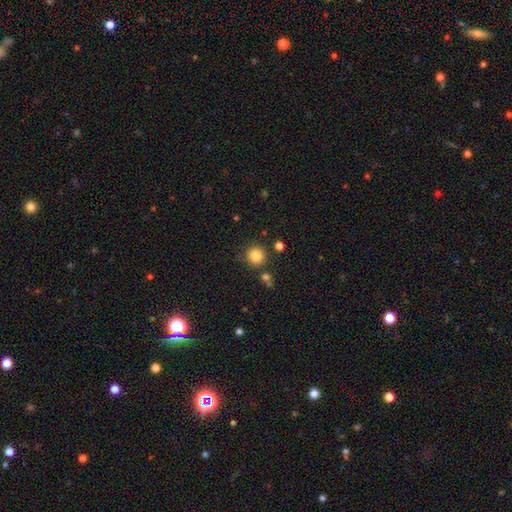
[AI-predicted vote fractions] This appears to be a smooth galaxy with no disk features (83%) that is round (93%). Merging: none (81%).